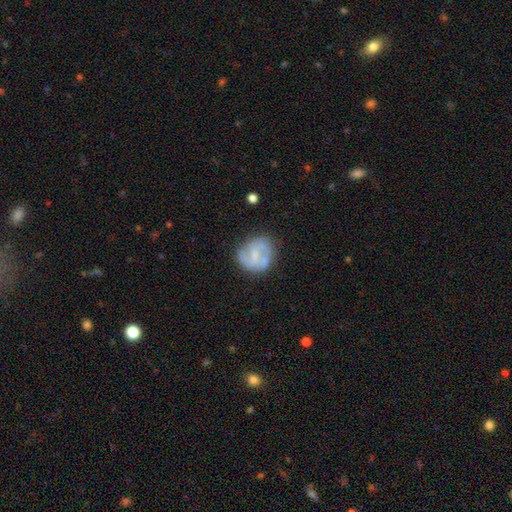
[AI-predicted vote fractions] A featured or disk galaxy (54%) with a weak bar (46%), spiral arms (58%) and a small central bulge (40%). Merging: none (60%).